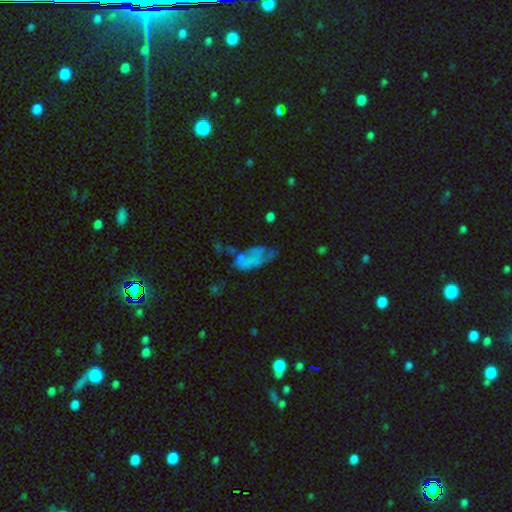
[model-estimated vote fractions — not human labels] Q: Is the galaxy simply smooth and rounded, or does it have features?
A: star or artifact — 35%.